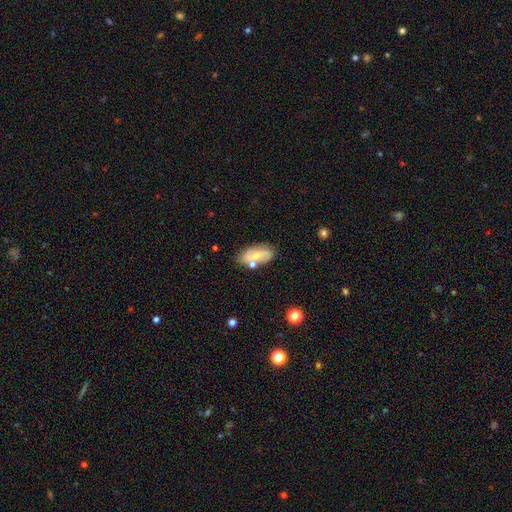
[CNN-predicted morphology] Smooth or featured?
  - smooth: 55% *
  - featured or disk: 38%
  - star or artifact: 8%
How rounded?
  - in between: 90% *
  - cigar-shaped: 5%
  - round: 5%
Merging?
  - none: 66% *
  - minor disturbance: 18%
  - merger: 11%
  - major disturbance: 5%